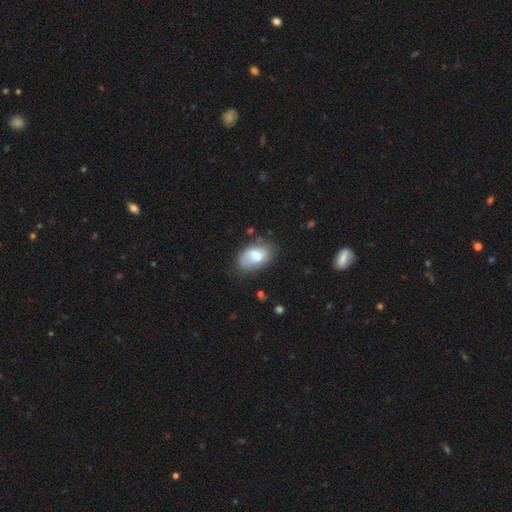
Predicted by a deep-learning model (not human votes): This is likely a smooth galaxy (66%). How rounded: clearly in between (89%). Merging: possibly none (57%).